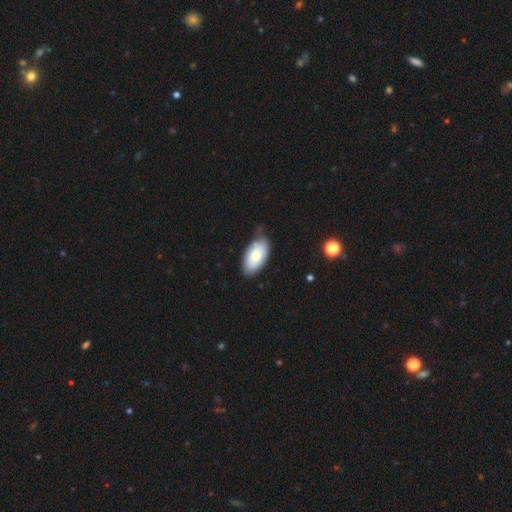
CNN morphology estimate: Overall: smooth (75%). How rounded: in between (95%). Merging: none (71%).